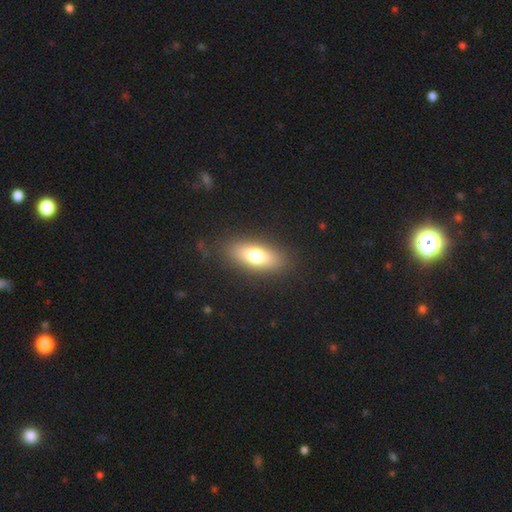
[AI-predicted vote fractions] A smooth galaxy with no disk features (71%) that is in between round and cigar-shaped (75%).

Vote fractions:
- Smooth or featured? smooth: 71% / featured or disk: 21% / star or artifact: 8%
- How rounded? in between: 75% / cigar-shaped: 21% / round: 5%
- Merging? none: 86% / minor disturbance: 9% / major disturbance: 3% / merger: 1%